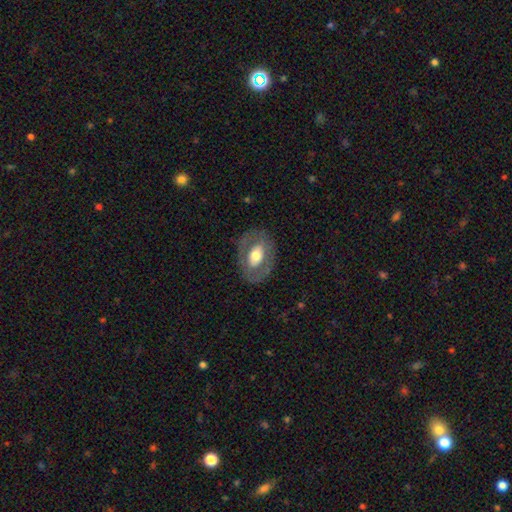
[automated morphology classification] Smooth or featured? Predicted: featured or disk (p=0.48). Merging? Predicted: none (p=0.79).